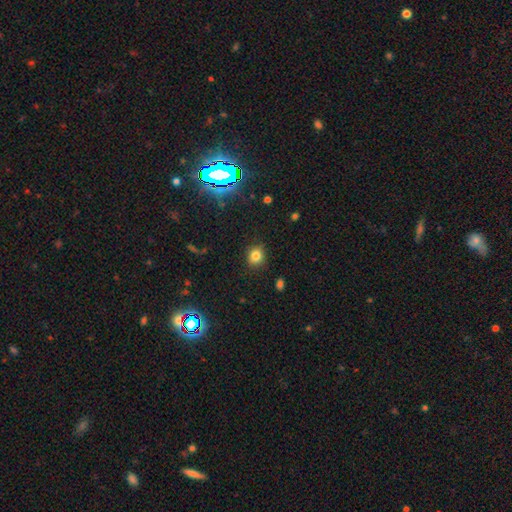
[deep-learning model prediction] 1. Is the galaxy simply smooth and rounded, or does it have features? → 79% smooth, 15% star or artifact, 6% featured or disk.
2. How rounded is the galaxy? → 77% round, 22% in between, 1% cigar-shaped.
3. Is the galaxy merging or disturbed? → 87% none, 9% minor disturbance, 3% major disturbance, 1% merger.